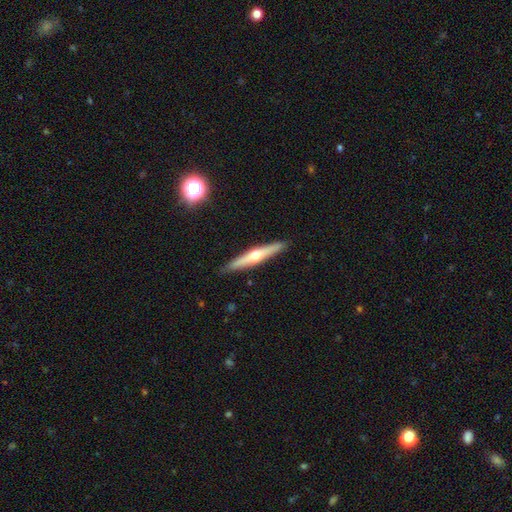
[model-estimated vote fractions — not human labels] Morphology: type=featured or disk (66%); edge-on=yes (96%); edge-on bulge=rounded (91%); merging=none (91%).